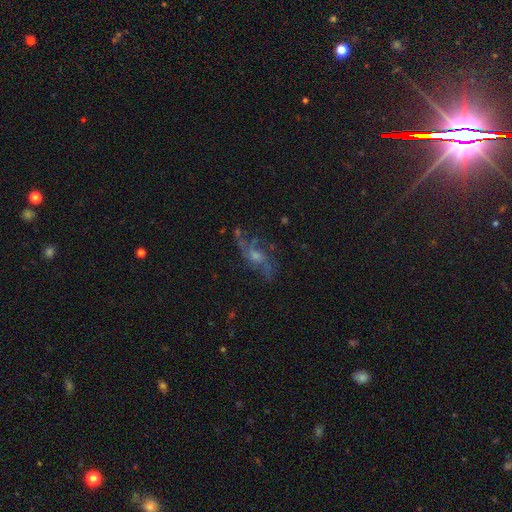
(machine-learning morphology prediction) A featured or disk galaxy (69%) with no bar (68%), 2 (45%) loose (56%) spiral arms (85%) and a moderate central bulge (45%). Merging: none (65%).